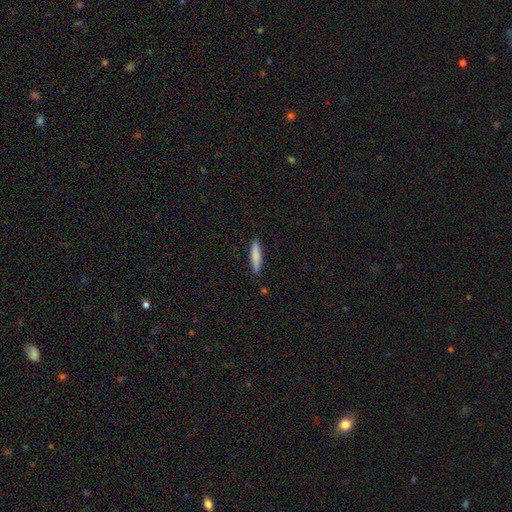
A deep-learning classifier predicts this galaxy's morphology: smooth 80%, featured or disk 14%, star or artifact 6%. Down the decision tree: how rounded — cigar-shaped (86%); merging — none (88%).